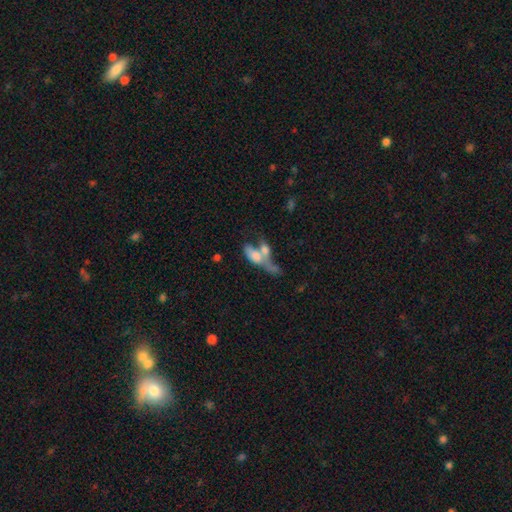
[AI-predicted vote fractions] This is possibly a smooth galaxy (59%). How rounded: likely in between (73%). Merging: likely merger (63%).